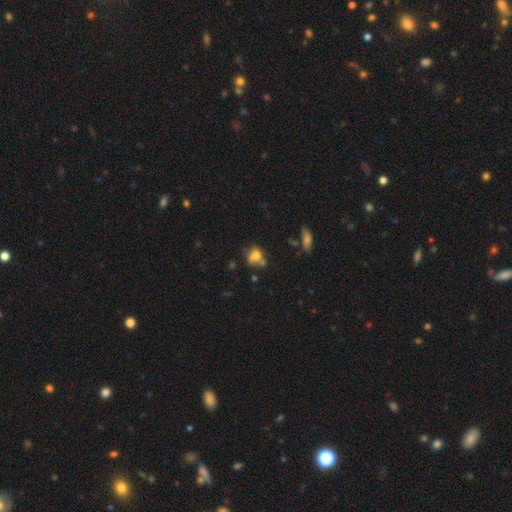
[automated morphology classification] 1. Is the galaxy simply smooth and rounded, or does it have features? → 67% smooth, 21% featured or disk, 13% star or artifact.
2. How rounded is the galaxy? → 54% round, 45% in between, 2% cigar-shaped.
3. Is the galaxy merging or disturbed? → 37% none, 29% merger, 21% minor disturbance, 13% major disturbance.